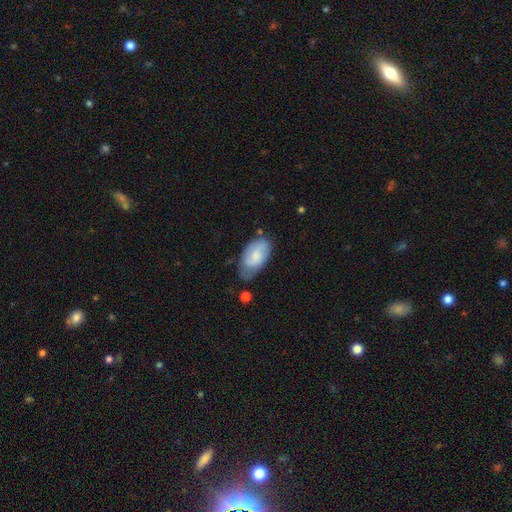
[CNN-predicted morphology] Smooth or featured?
  - smooth: 64% *
  - featured or disk: 30%
  - star or artifact: 6%
How rounded?
  - in between: 94% *
  - round: 3%
  - cigar-shaped: 2%
Merging?
  - none: 53% *
  - minor disturbance: 34%
  - major disturbance: 9%
  - merger: 4%